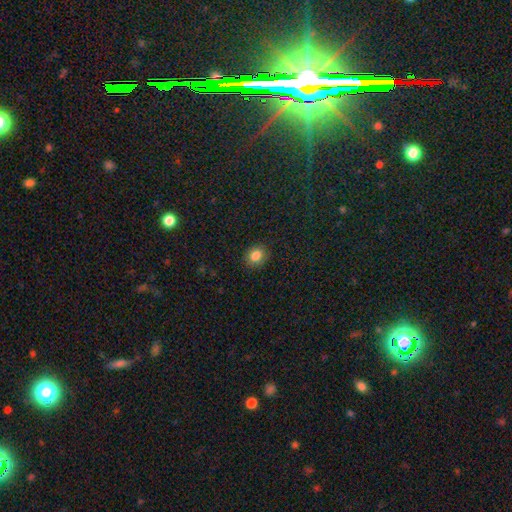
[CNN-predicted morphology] Smooth or featured? Predicted: smooth (p=0.84). How rounded? Predicted: round (p=0.63). Merging? Predicted: none (p=0.88).